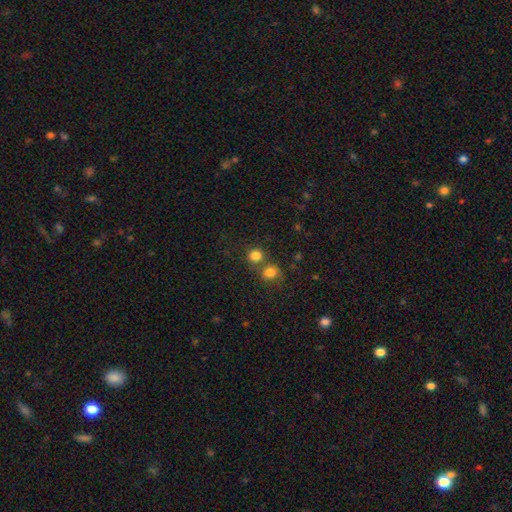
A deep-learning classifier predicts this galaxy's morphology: smooth 81%, star or artifact 13%, featured or disk 6%. Down the decision tree: how rounded — round (82%); merging — none (55%).